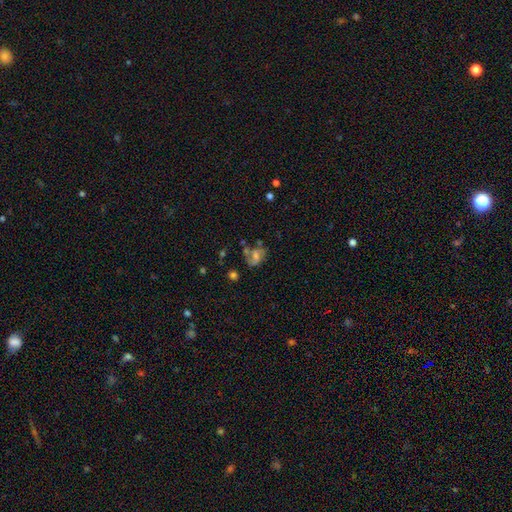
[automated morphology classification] The model was most divided on "bulge size": moderate: 40%, small: 33%, none: 17%, large: 8%, dominant: 2%. Remaining: edge-on disk — no (97%); spiral arms — yes (75%); smooth or featured — featured or disk (57%); bar — no (47%); merging — none (47%).